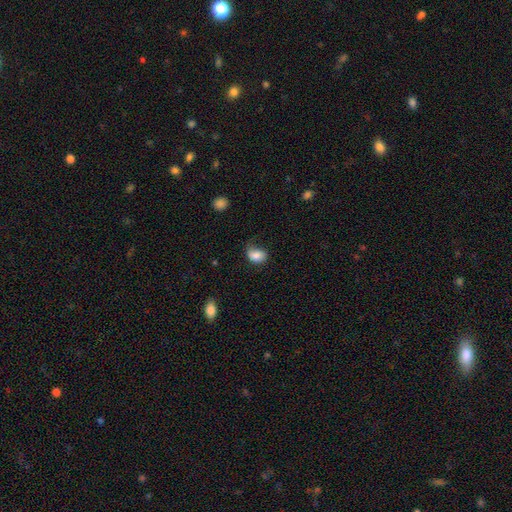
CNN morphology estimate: Smooth or featured? smooth (82%)
How rounded? in between (71%)
Merging? none (47%)